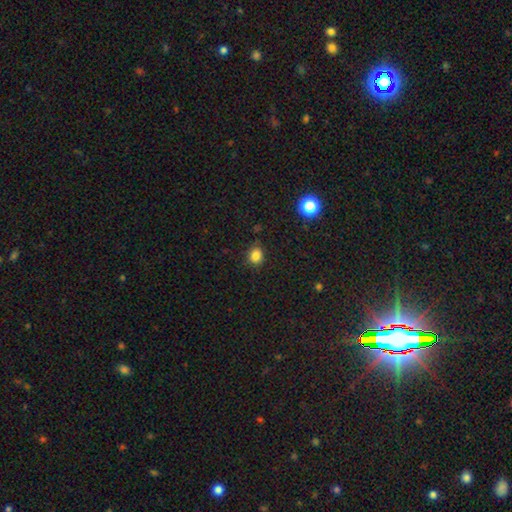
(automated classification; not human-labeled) Smooth or featured? smooth (83%)
How rounded? round (72%)
Merging? none (84%)